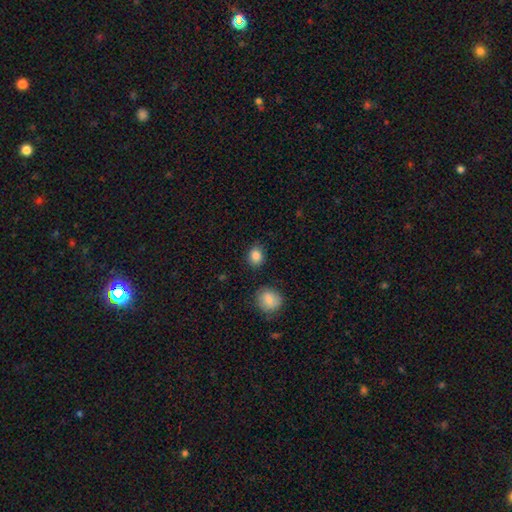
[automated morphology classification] This appears to be a smooth galaxy with no disk features (86%) that is round (54%). Merging: none (84%).